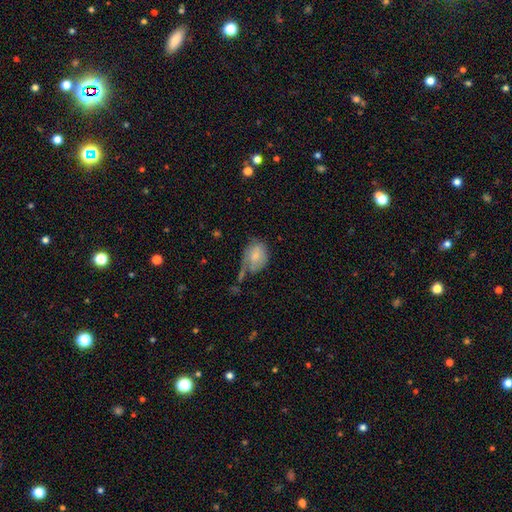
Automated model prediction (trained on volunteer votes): Smooth or featured? smooth (69%)
How rounded? in between (69%)
Merging? none (34%)